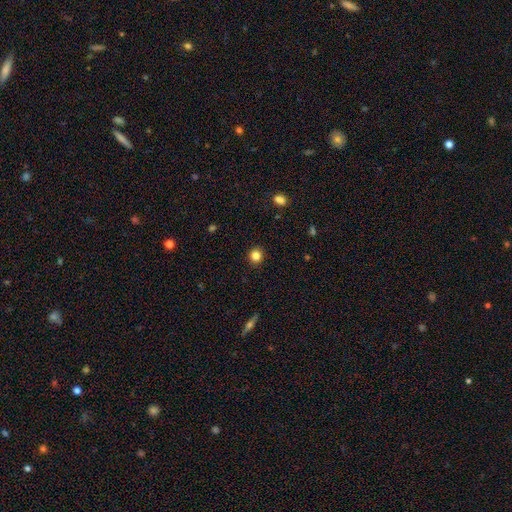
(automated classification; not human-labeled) Overall: smooth (84%). How rounded: round (92%). Merging: none (92%).